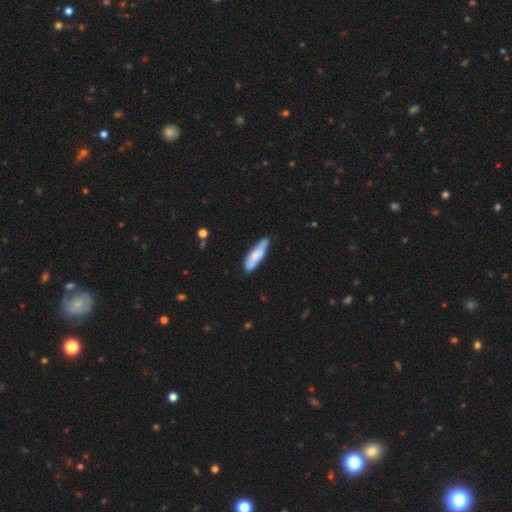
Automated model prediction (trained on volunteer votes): Smooth or featured: smooth — 62% (featured or disk — 32%)
How rounded: cigar-shaped — 67% (in between — 32%)
Merging: none — 64% (minor disturbance — 26%)